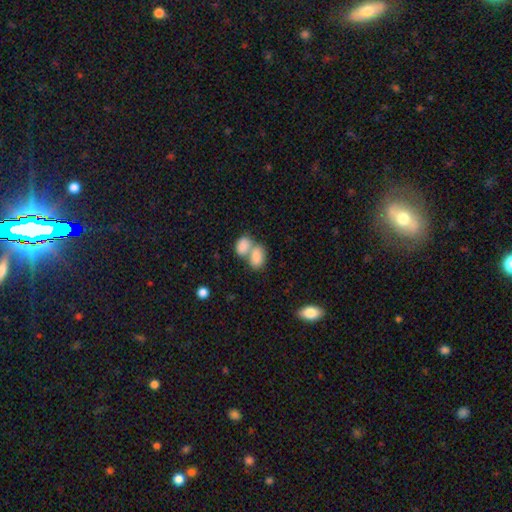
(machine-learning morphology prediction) This appears to be a smooth galaxy with no disk features (83%) that is in between round and cigar-shaped (90%). Merging: merger (67%).